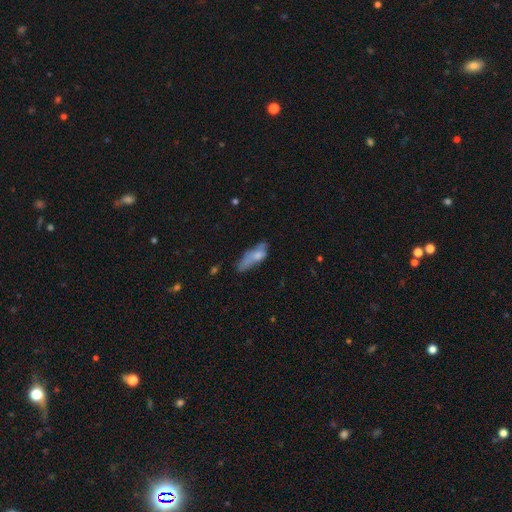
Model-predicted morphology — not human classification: smooth-or-featured: smooth: 64% | featured or disk: 27% | star or artifact: 9%
  how-rounded: in between: 64% | cigar-shaped: 33% | round: 3%
  merging: minor disturbance: 32% | none: 31% | major disturbance: 28% | merger: 9%